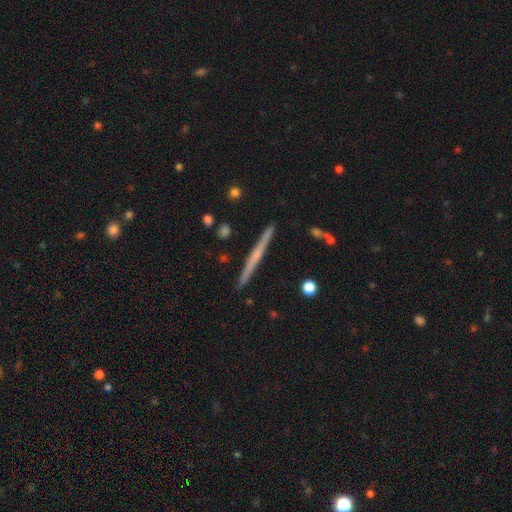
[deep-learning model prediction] featured or disk 65%, smooth 29%, star or artifact 6%. Down the decision tree: edge-on disk — yes (98%); edge-on bulge — none (56%); merging — none (91%).